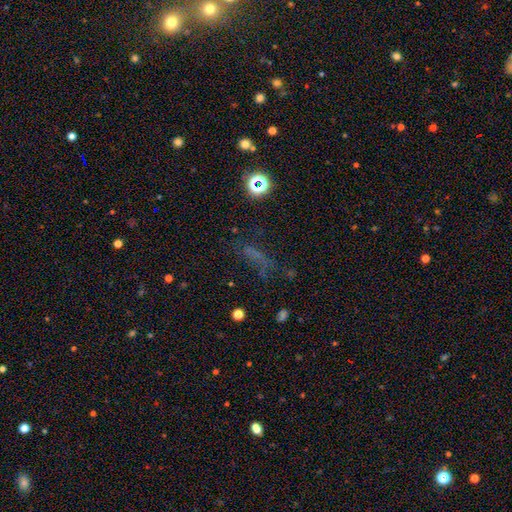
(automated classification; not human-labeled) This is marginally a star or artifact rather than a galaxy (42%).